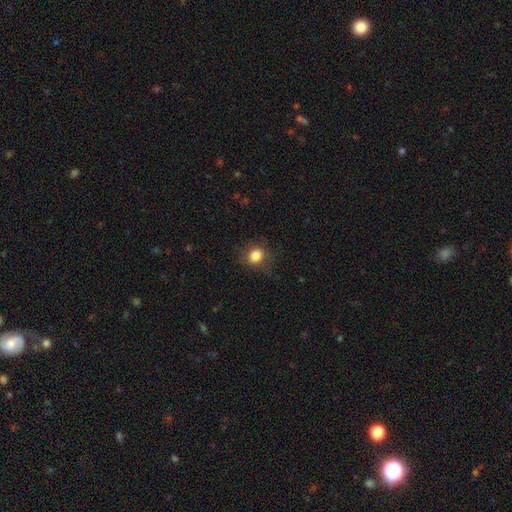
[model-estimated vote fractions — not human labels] Morphology: type=smooth (84%); roundness=round (73%); merging=none (80%).